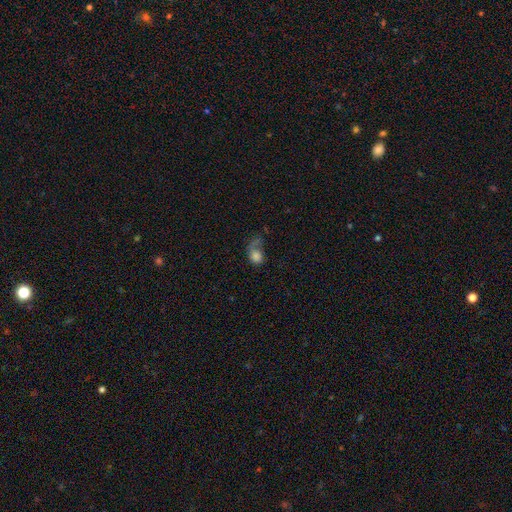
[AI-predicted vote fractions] Smooth or featured? Predicted: smooth (p=0.68). How rounded? Predicted: in between (p=0.55). Merging? Predicted: major disturbance (p=0.50).